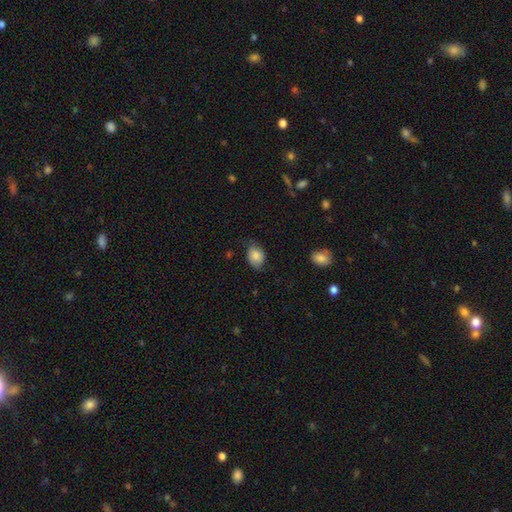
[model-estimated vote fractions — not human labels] Smooth or featured: smooth — 80% (featured or disk — 12%)
How rounded: in between — 67% (round — 32%)
Merging: none — 61% (minor disturbance — 30%)